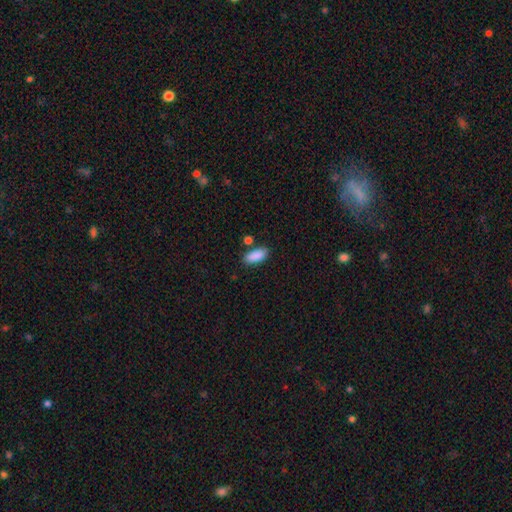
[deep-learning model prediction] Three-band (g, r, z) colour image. It shows a smooth galaxy with no disk features (90%) that is in between round and cigar-shaped (86%). Merging: none (76%).